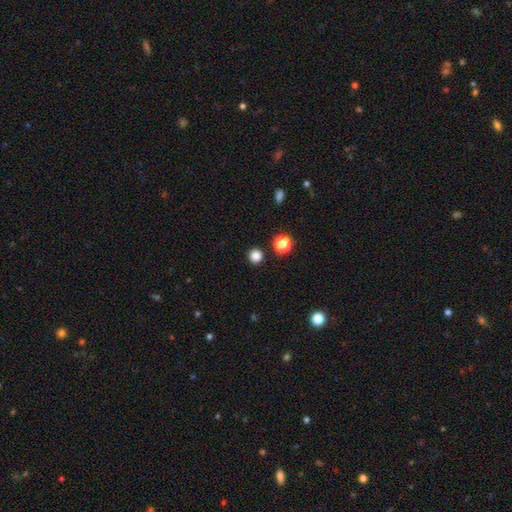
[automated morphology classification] Smooth or featured? Predicted: smooth (p=0.84). How rounded? Predicted: round (p=0.95). Merging? Predicted: none (p=0.92).